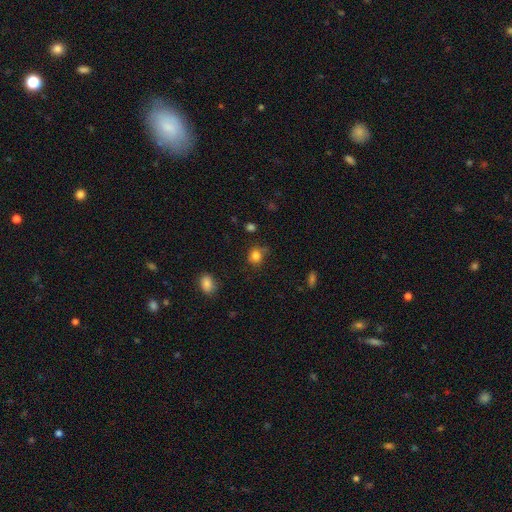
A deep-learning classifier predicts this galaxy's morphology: Overall: smooth (81%). How rounded: round (69%; in between 30%). Merging: none (64%).